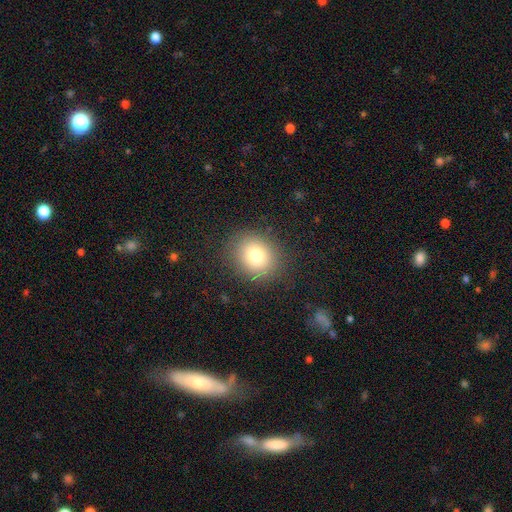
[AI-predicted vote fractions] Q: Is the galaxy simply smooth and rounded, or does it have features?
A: smooth — 74%.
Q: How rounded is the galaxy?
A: round — 76%.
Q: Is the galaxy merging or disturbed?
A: none — 86%.